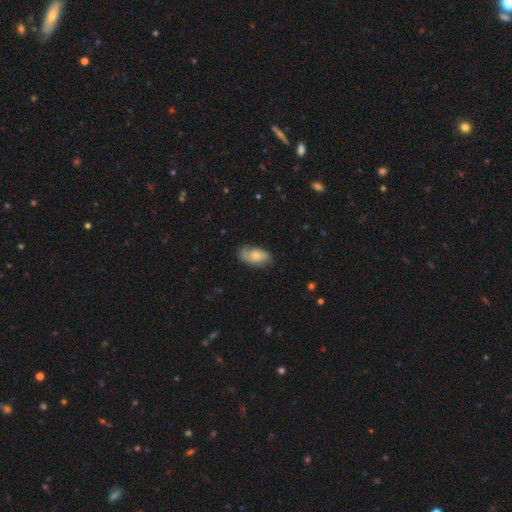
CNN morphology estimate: Overall: smooth (58%; featured or disk 35%). How rounded: in between (92%). Merging: none (70%).